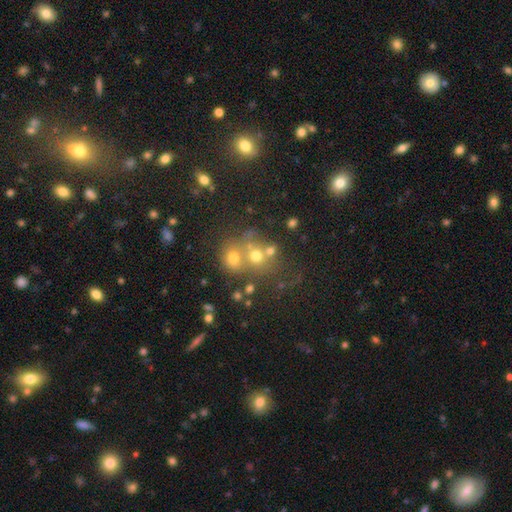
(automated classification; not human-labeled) The model was most divided on "merging": merger: 45%, none: 41%, minor disturbance: 9%, major disturbance: 5%. More confident: how rounded — round (77%); smooth or featured — smooth (57%).